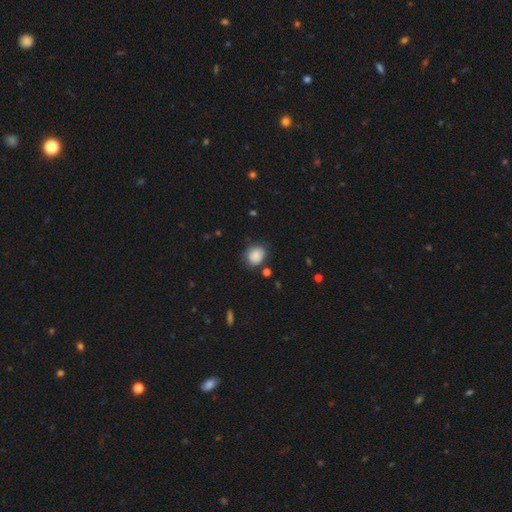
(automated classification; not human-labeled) Overall: smooth (85%). How rounded: round (61%; in between 38%). Merging: none (68%).